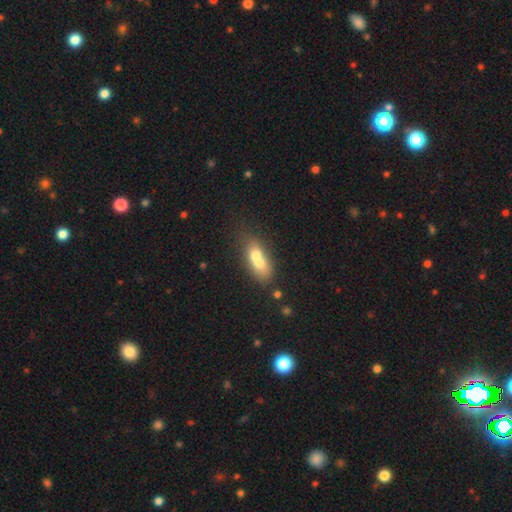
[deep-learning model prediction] A smooth galaxy with no disk features (61%) that is in between round and cigar-shaped (72%).

Vote fractions:
- Smooth or featured? smooth: 61% / featured or disk: 29% / star or artifact: 9%
- How rounded? in between: 72% / round: 17% / cigar-shaped: 11%
- Merging? merger: 65% / none: 22% / minor disturbance: 8% / major disturbance: 5%